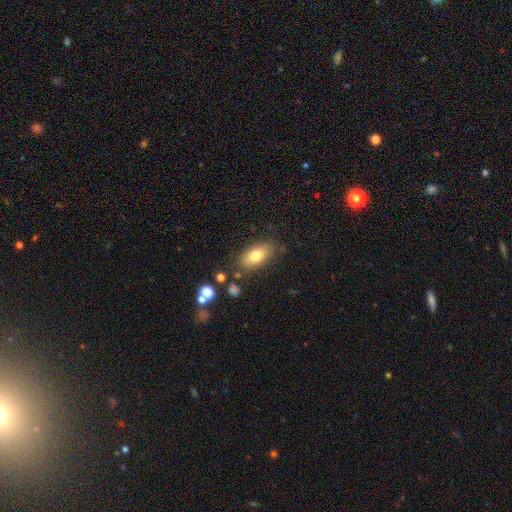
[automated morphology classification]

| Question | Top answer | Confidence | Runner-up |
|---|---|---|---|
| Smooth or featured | smooth | 77% | featured or disk (15%) |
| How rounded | in between | 88% | cigar-shaped (7%) |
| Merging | none | 79% | minor disturbance (14%) |